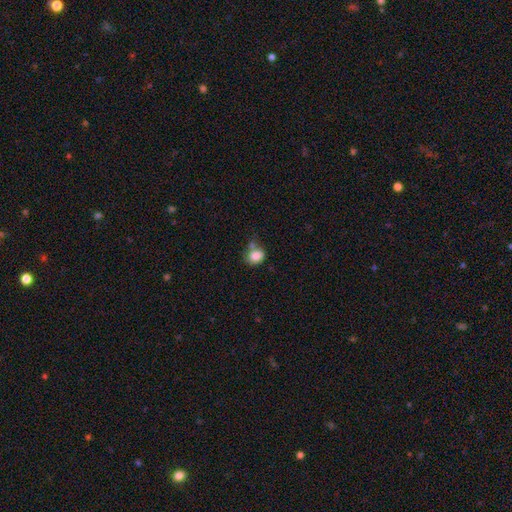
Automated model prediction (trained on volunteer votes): Overall: smooth (84%). How rounded: round (50%; in between 49%). Merging: none (46%; merger 24%).